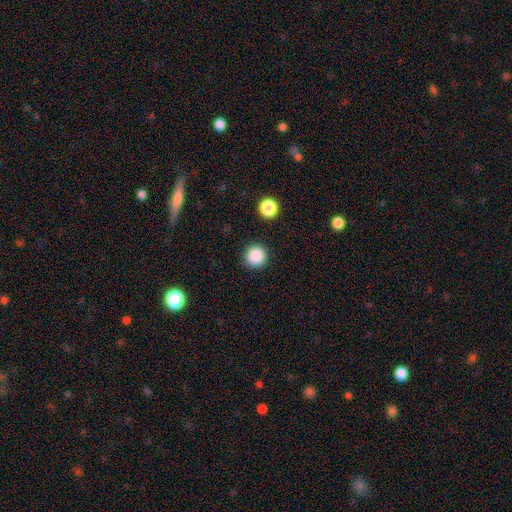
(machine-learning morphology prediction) smooth 87%, star or artifact 10%, featured or disk 3%. Down the decision tree: how rounded — round (95%); merging — none (91%).